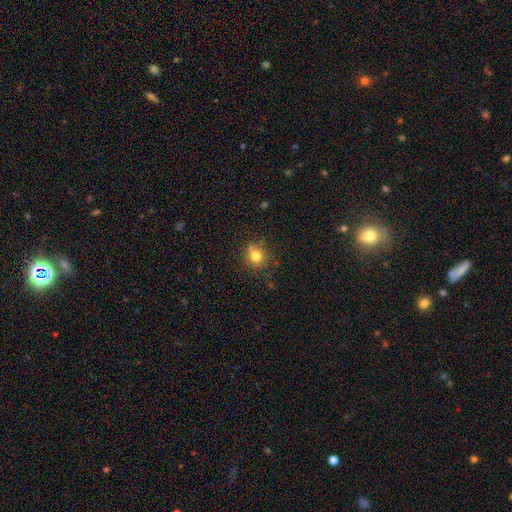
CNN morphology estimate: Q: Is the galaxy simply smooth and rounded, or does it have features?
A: smooth — 78%.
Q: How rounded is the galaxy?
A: round — 87%.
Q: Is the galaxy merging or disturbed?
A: none — 76%.